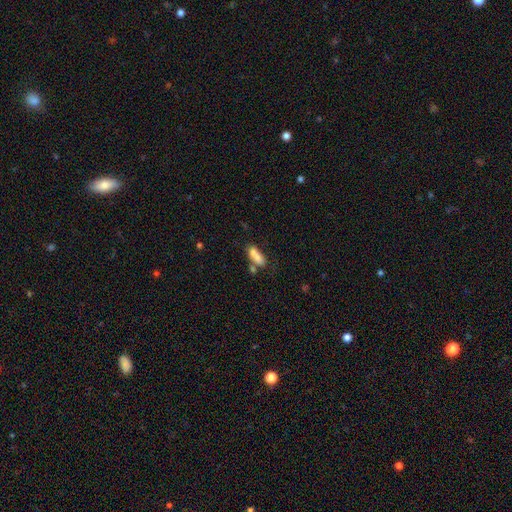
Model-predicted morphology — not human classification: smooth 70%, featured or disk 20%, star or artifact 10%. Down the decision tree: how rounded — in between (75%); merging — merger (51%).